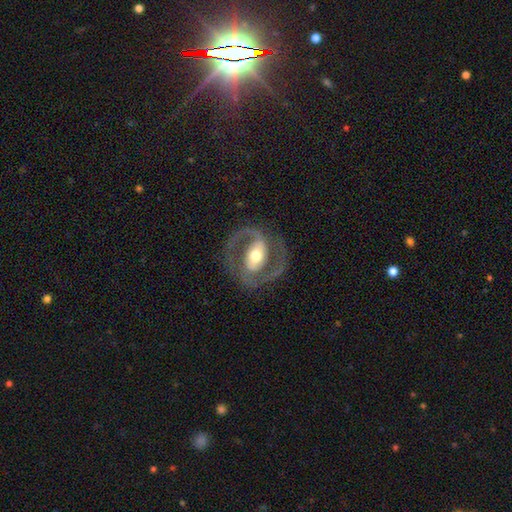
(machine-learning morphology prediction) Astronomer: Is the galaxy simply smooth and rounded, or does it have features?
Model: featured or disk — 88%.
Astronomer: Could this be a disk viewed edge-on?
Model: no — 97%.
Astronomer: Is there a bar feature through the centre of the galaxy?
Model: strong — 45% (runner-up: weak, 34%).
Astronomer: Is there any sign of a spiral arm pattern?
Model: yes — 90%.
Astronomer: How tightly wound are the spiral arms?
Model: medium — 58%.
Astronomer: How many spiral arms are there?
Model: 2 — 91%.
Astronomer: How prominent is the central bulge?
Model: moderate — 68%.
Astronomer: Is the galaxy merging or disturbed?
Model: none — 81%.